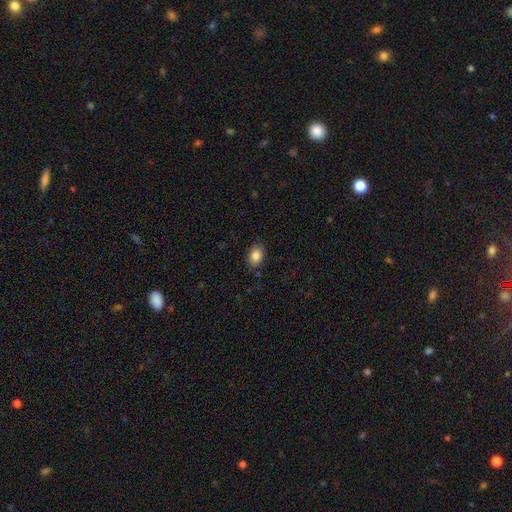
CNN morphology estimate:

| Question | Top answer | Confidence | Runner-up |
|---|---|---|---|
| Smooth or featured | smooth | 86% | star or artifact (8%) |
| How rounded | in between | 79% | round (20%) |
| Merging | none | 85% | minor disturbance (11%) |